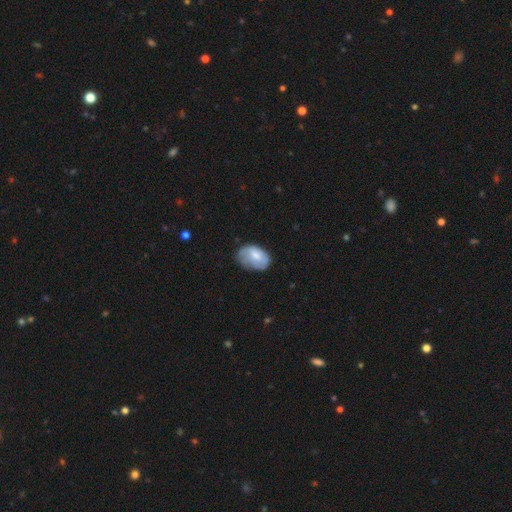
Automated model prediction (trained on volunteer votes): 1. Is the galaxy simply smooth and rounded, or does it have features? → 59% smooth, 35% featured or disk, 7% star or artifact.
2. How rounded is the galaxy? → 85% in between, 13% round, 1% cigar-shaped.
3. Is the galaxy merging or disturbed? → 55% none, 31% minor disturbance, 12% major disturbance, 2% merger.